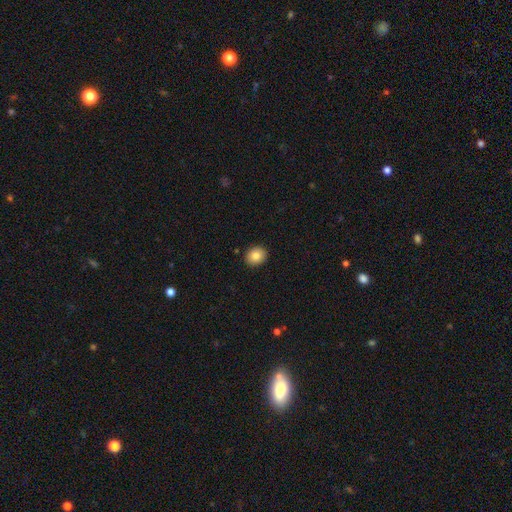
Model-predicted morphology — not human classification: type=smooth (84%); roundness=round (67%); merging=none (91%).